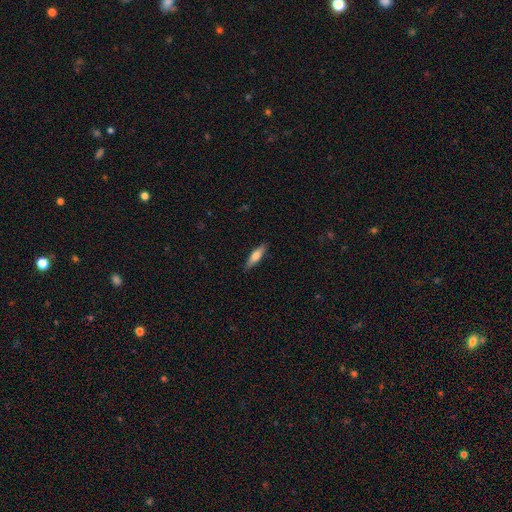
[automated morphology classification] Smooth or featured? Predicted: smooth (p=0.68). How rounded? Predicted: cigar-shaped (p=0.68). Merging? Predicted: none (p=0.87).